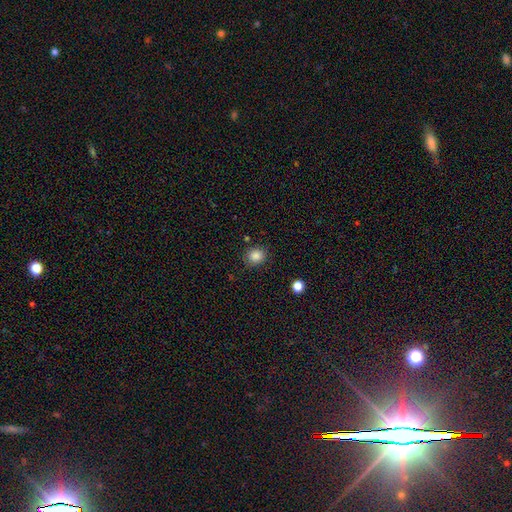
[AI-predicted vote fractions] The model was most divided on "how rounded": round: 78%, in between: 21%, cigar-shaped: 1%. More confident: smooth or featured — smooth (86%); merging — none (85%).